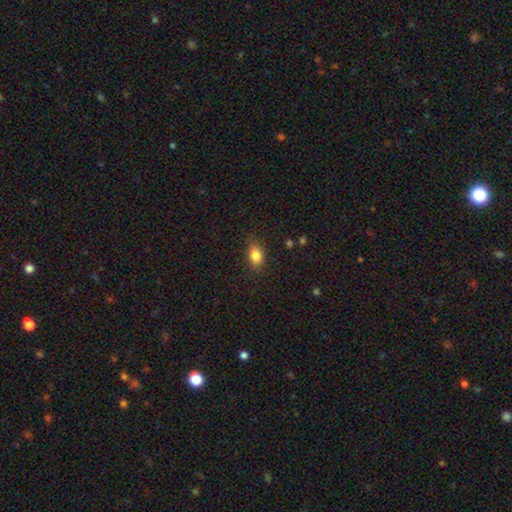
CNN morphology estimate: A smooth galaxy with no disk features (83%) that is in between round and cigar-shaped (83%).

Vote fractions:
- Smooth or featured? smooth: 83% / star or artifact: 9% / featured or disk: 8%
- How rounded? in between: 83% / round: 14% / cigar-shaped: 3%
- Merging? none: 84% / minor disturbance: 12% / major disturbance: 3% / merger: 1%